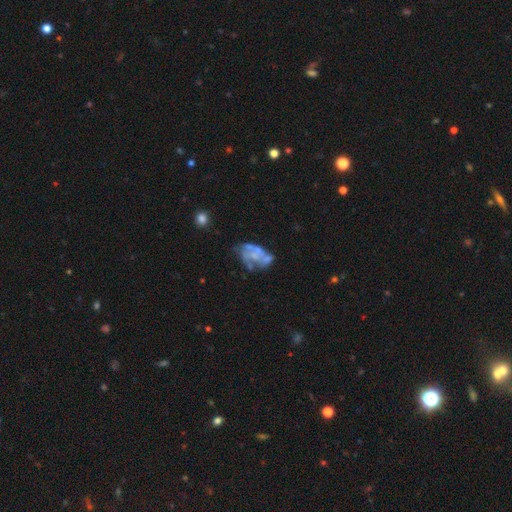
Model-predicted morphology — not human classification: featured or disk 68%, smooth 20%, star or artifact 12%. Down the decision tree: edge-on disk — no (98%); bar — no (86%); spiral arms — no (71%); bulge size — none (55%); merging — none (37%).